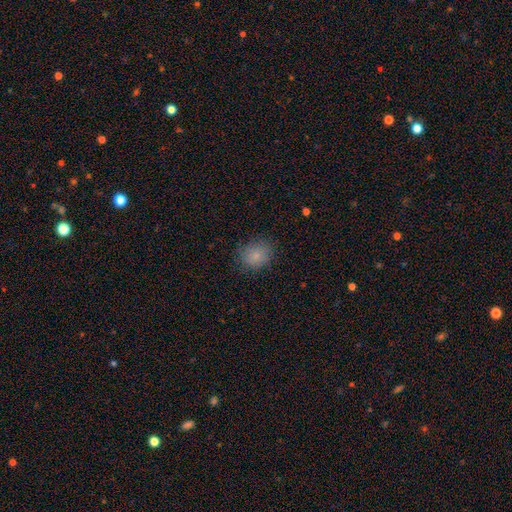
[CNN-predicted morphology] Smooth or featured: smooth — 82% (star or artifact — 10%)
How rounded: round — 67% (in between — 32%)
Merging: none — 78% (minor disturbance — 16%)